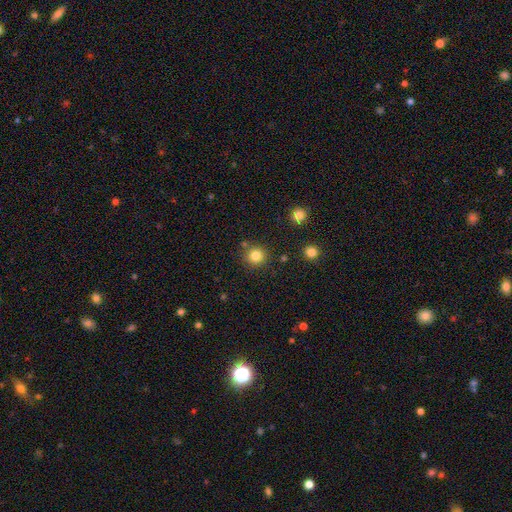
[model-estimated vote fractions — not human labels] smooth 83%, star or artifact 12%, featured or disk 5%. Down the decision tree: how rounded — round (93%); merging — none (85%).